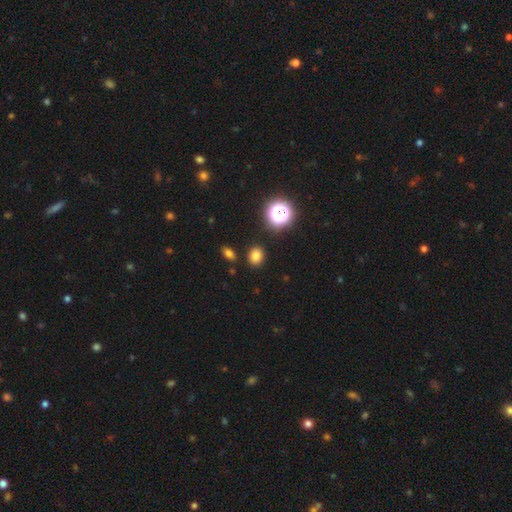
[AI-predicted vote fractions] Smooth or featured? Predicted: smooth (p=0.77). How rounded? Predicted: round (p=0.57). Merging? Predicted: none (p=0.87).